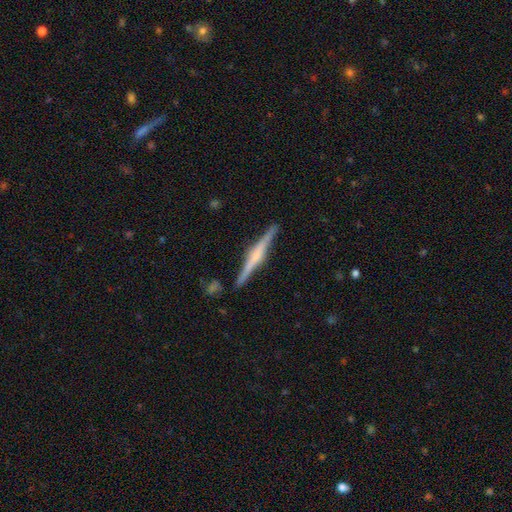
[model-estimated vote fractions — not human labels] Smooth or featured? featured or disk (78%)
Edge-on disk? yes (98%)
Edge-on bulge? rounded (53%)
Merging? none (89%)